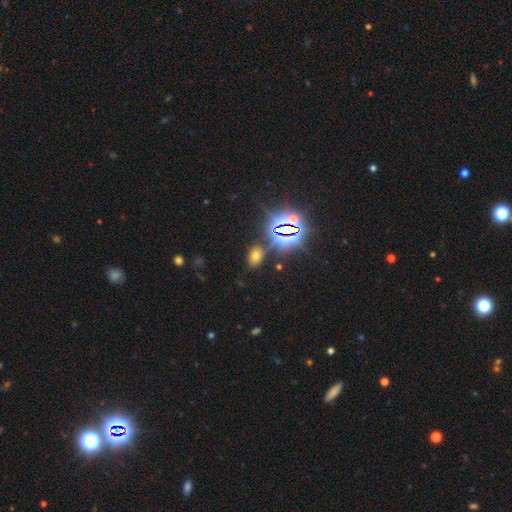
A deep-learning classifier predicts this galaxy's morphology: A smooth galaxy with no disk features (49%). Merging: none (81%).